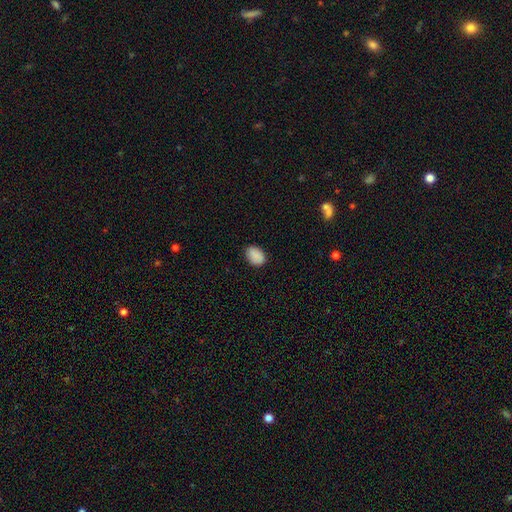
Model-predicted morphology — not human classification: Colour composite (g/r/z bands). It shows a smooth galaxy with no disk features (90%) that is in between round and cigar-shaped (82%). Merging: none (86%).